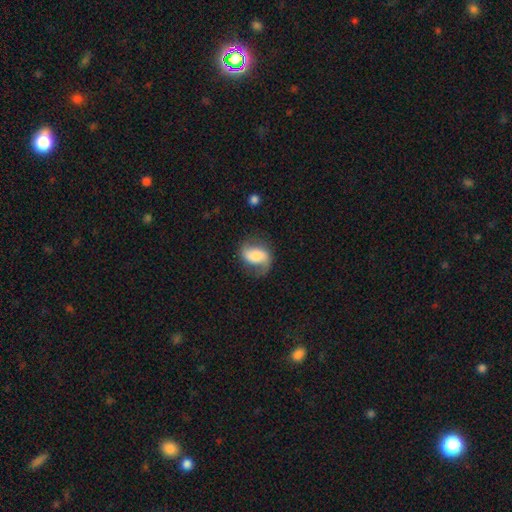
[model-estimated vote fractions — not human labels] Smooth or featured? Predicted: featured or disk (p=0.55). Edge-on disk? Predicted: no (p=0.97). Bar? Predicted: no (p=0.44). Spiral arms? Predicted: yes (p=0.89). Bulge size? Predicted: moderate (p=0.31). Merging? Predicted: none (p=0.62).